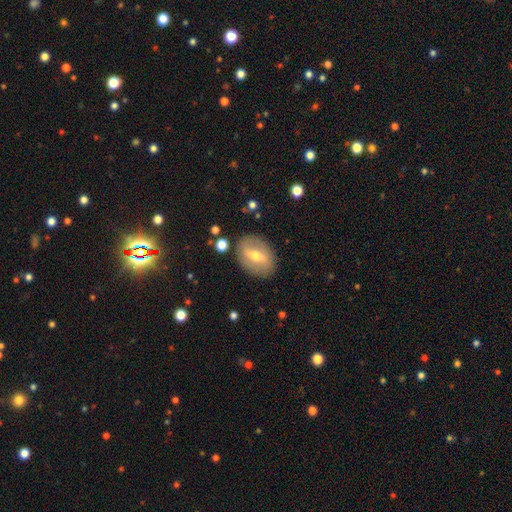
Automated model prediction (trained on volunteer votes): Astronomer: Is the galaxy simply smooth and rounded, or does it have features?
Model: featured or disk — 55% (runner-up: smooth, 38%).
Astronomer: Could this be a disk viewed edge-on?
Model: no — 89%.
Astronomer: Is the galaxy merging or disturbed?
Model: none — 85%.